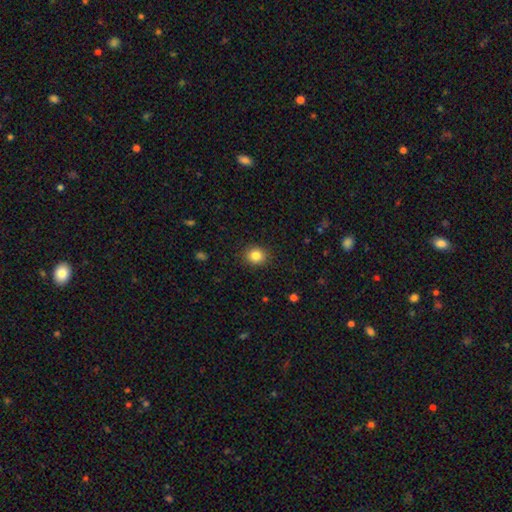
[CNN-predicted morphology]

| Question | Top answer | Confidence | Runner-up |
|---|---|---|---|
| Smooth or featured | smooth | 84% | star or artifact (10%) |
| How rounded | round | 82% | in between (17%) |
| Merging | none | 90% | minor disturbance (6%) |